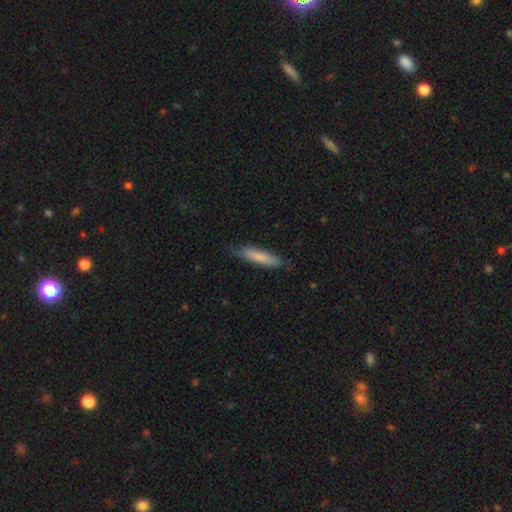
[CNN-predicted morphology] smooth-or-featured: smooth: 74% | featured or disk: 20% | star or artifact: 6%
  how-rounded: cigar-shaped: 85% | in between: 14% | round: 1%
  merging: none: 77% | minor disturbance: 18% | major disturbance: 3% | merger: 1%